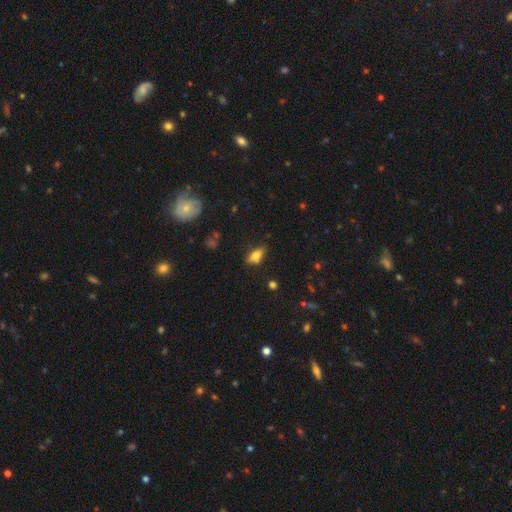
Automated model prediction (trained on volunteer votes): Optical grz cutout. It shows a smooth galaxy with no disk features (70%) that is in between round and cigar-shaped (79%). Merging: none (66%).